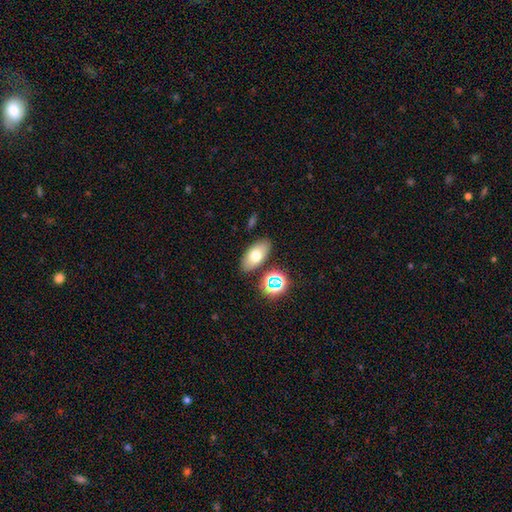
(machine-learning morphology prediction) type=smooth (70%); roundness=in between (89%); merging=none (82%).